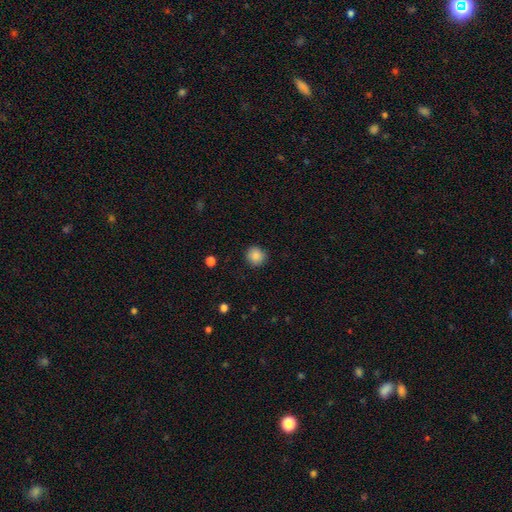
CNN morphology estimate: Smooth or featured: smooth — 87% (star or artifact — 9%)
How rounded: round — 93% (in between — 6%)
Merging: none — 90% (minor disturbance — 7%)